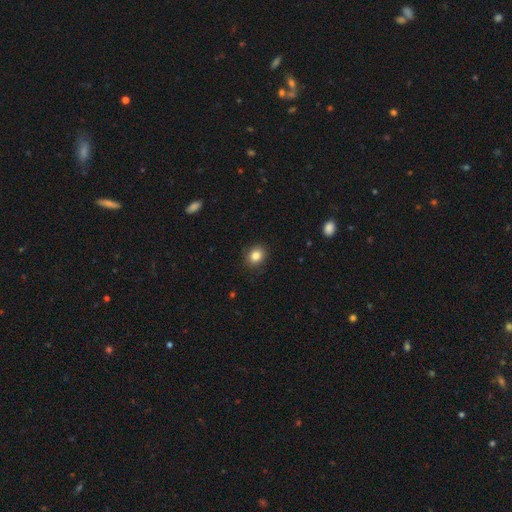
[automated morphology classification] This appears to be a smooth galaxy with no disk features (85%) that is round (63%). Merging: none (89%).